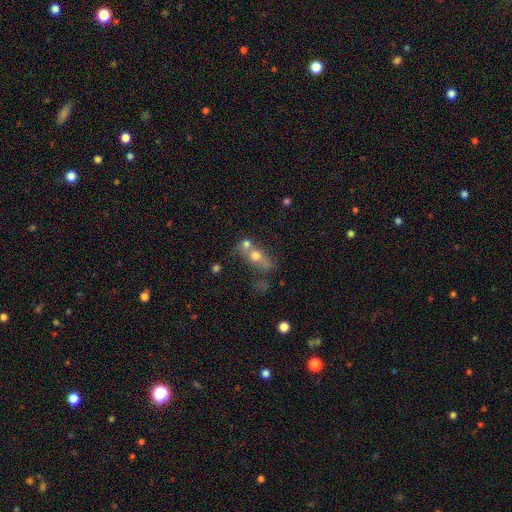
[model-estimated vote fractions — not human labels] A smooth galaxy with no disk features (62%) that is in between round and cigar-shaped (54%).

Vote fractions:
- Smooth or featured? smooth: 62% / featured or disk: 26% / star or artifact: 12%
- How rounded? in between: 54% / round: 37% / cigar-shaped: 9%
- Merging? merger: 51% / none: 30% / minor disturbance: 11% / major disturbance: 8%